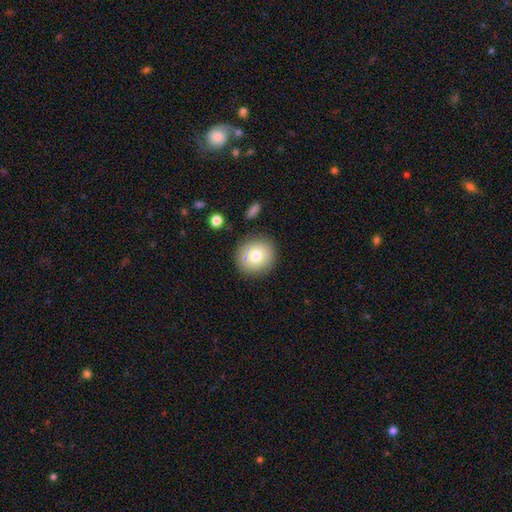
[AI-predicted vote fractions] Morphology: type=smooth (75%); roundness=round (89%); merging=none (83%).